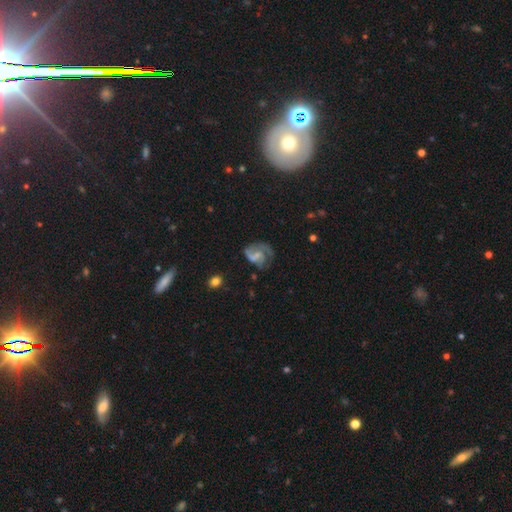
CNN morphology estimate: type=featured or disk (71%); edge-on=no (98%); bar=no (52%); spiral arms=yes (86%); winding=medium (47%); arm count=2 (54%); bulge=small (45%); merging=none (43%).